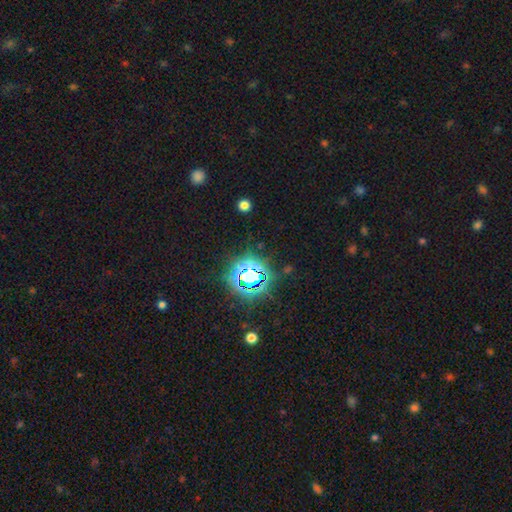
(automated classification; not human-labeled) Smooth or featured? star or artifact (81%)